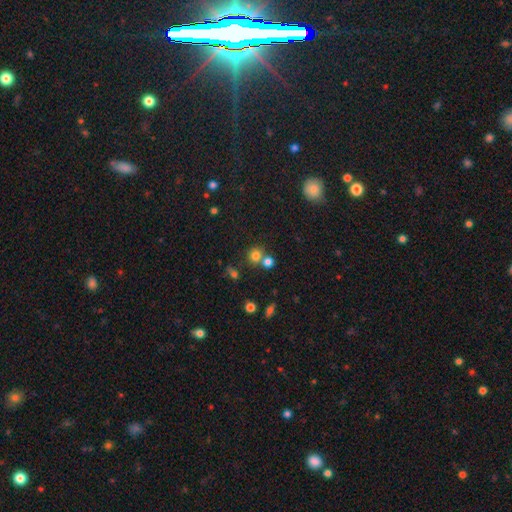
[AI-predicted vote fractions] The model was most divided on "merging": none: 58%, merger: 30%, minor disturbance: 8%, major disturbance: 4%. More confident: how rounded — round (85%); smooth or featured — smooth (75%).